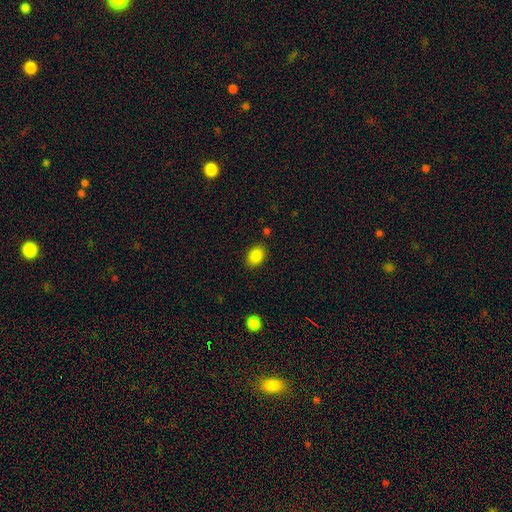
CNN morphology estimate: This is clearly a smooth galaxy (87%). How rounded: likely in between (73%). Merging: clearly none (86%).